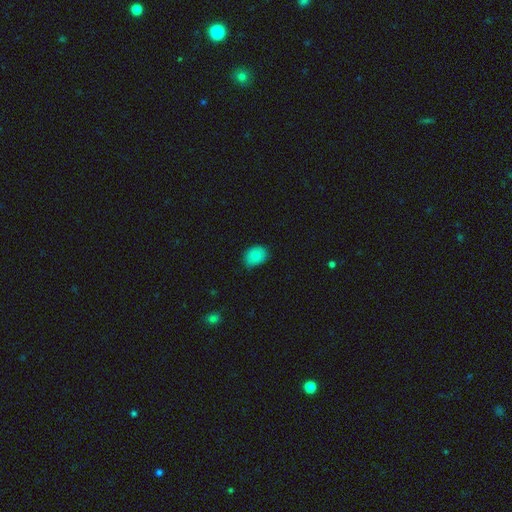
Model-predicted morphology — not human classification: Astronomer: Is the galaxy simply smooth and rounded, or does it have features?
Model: smooth — 79%.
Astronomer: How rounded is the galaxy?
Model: in between — 62% (runner-up: round, 37%).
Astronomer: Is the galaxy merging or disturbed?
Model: none — 71%.